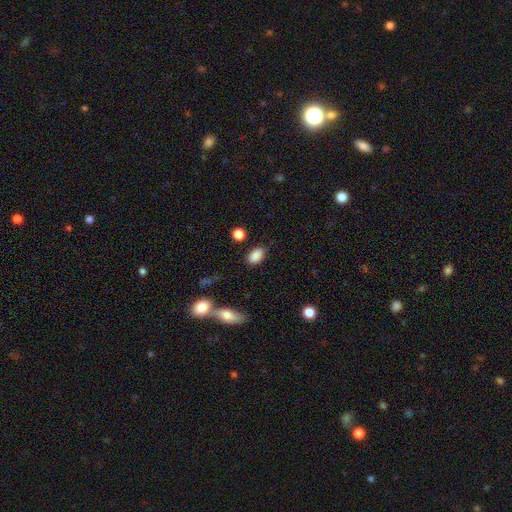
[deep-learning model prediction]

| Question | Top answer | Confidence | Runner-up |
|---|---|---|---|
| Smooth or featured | smooth | 87% | star or artifact (8%) |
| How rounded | in between | 89% | round (9%) |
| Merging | none | 81% | minor disturbance (12%) |